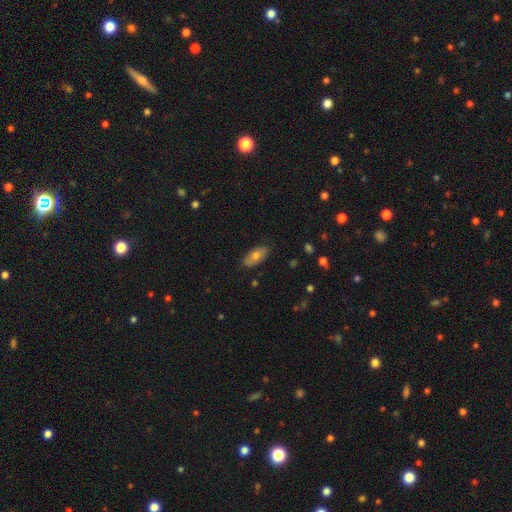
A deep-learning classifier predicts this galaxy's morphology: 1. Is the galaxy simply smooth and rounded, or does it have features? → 66% smooth, 26% featured or disk, 8% star or artifact.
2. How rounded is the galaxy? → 88% in between, 9% cigar-shaped, 4% round.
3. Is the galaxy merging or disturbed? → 82% none, 14% minor disturbance, 3% major disturbance, 1% merger.